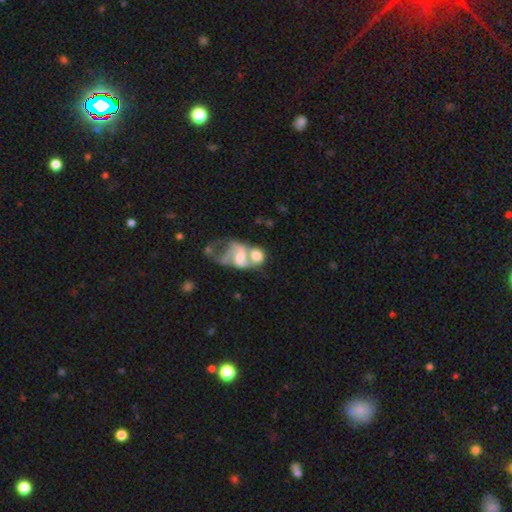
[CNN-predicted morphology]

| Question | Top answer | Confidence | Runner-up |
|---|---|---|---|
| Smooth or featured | featured or disk | 57% | smooth (34%) |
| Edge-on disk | no | 97% | yes (3%) |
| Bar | no | 57% | weak (32%) |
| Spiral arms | yes | 64% | no (36%) |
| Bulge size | moderate | 41% | small (22%) |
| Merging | merger | 69% | major disturbance (14%) |